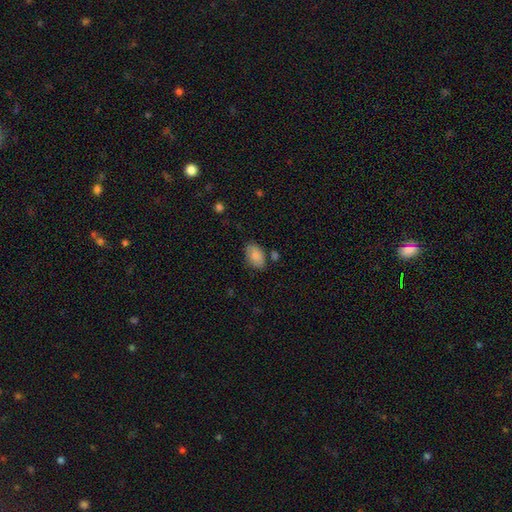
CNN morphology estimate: smooth 86%, star or artifact 7%, featured or disk 7%. Down the decision tree: how rounded — in between (91%); merging — none (74%).